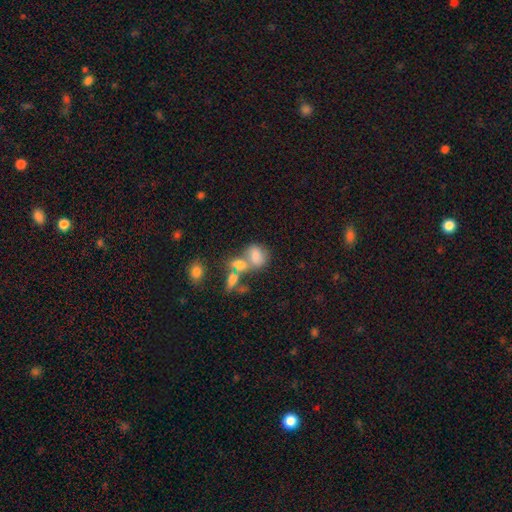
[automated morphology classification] The model was most divided on "merging": merger: 53%, none: 27%, minor disturbance: 11%, major disturbance: 9%. More confident: smooth or featured — smooth (72%); how rounded — in between (66%).